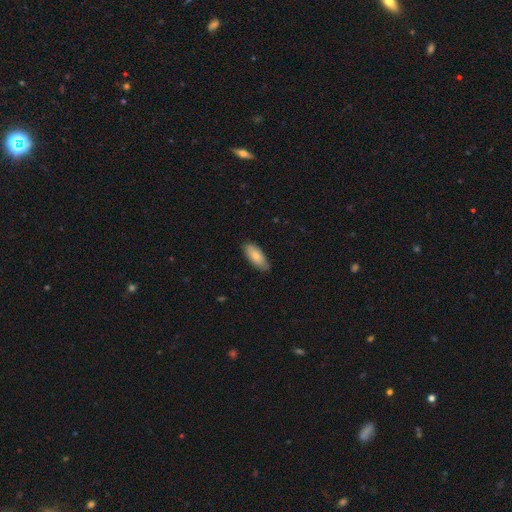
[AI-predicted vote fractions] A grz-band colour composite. It shows a smooth galaxy with no disk features (82%) that is in between round and cigar-shaped (83%). Merging: none (83%).